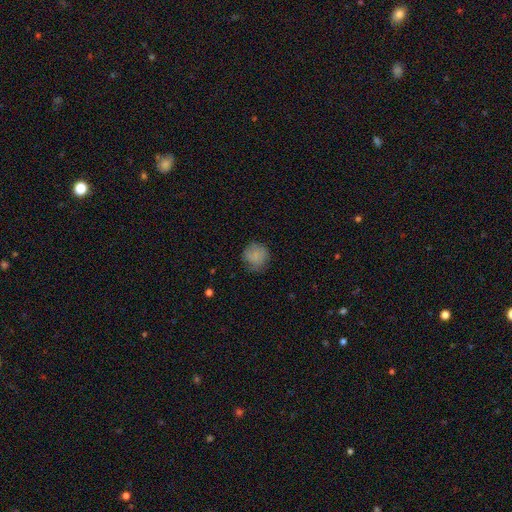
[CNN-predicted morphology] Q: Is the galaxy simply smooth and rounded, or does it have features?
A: smooth — 78%.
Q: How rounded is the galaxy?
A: round — 87%.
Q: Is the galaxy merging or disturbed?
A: none — 68%.